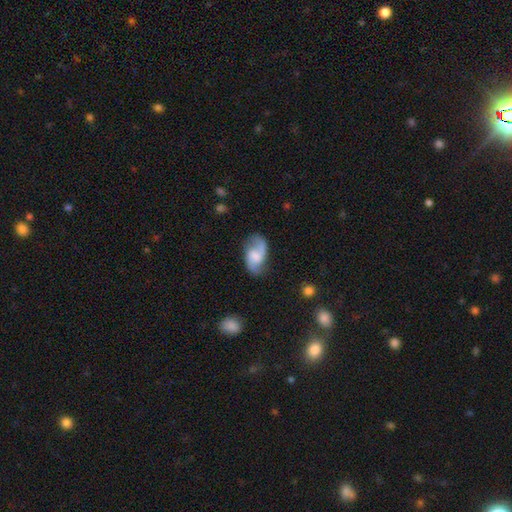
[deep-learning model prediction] Morphology: type=featured or disk (70%); edge-on=no (97%); bar=weak (49%); spiral arms=yes (93%); winding=loose (53%); arm count=2 (86%); bulge=moderate (31%); merging=none (69%).